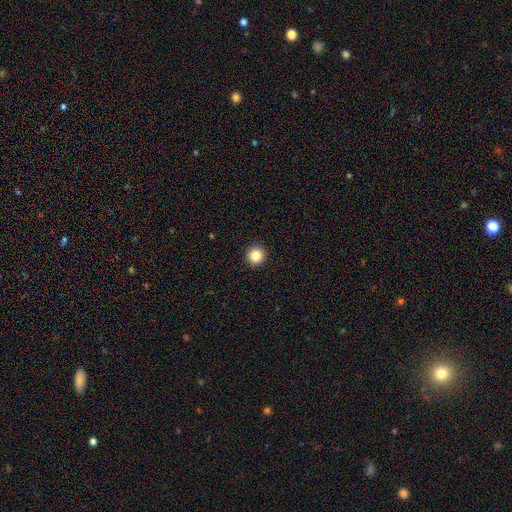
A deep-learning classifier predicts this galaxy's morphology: This appears to be a smooth galaxy with no disk features (86%) that is round (94%). Merging: none (92%).